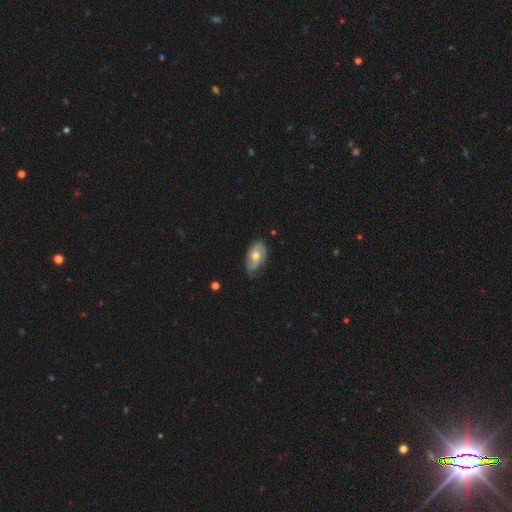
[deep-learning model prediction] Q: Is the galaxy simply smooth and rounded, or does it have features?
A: smooth — 51%.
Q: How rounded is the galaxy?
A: in between — 91%.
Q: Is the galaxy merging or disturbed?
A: none — 61%.